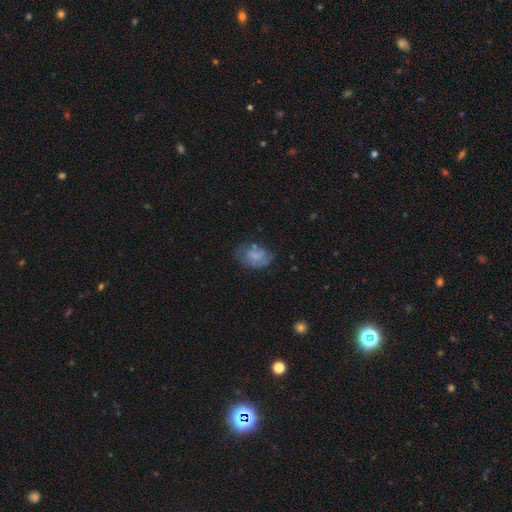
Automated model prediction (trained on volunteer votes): smooth-or-featured: smooth: 55% | featured or disk: 35% | star or artifact: 10%
  how-rounded: in between: 81% | round: 17% | cigar-shaped: 2%
  merging: none: 48% | minor disturbance: 30% | major disturbance: 18% | merger: 4%